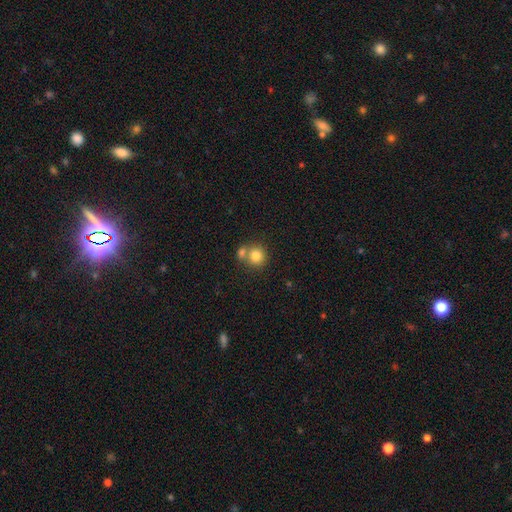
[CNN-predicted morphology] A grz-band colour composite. It shows a smooth galaxy with no disk features (80%) that is round (87%). Merging: none (49%).